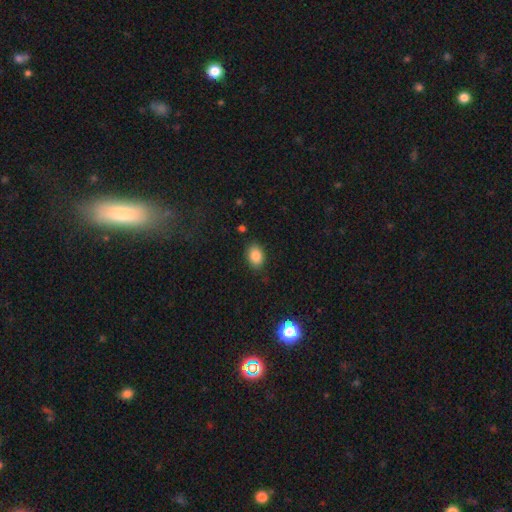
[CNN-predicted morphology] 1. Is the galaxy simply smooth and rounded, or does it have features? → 84% smooth, 10% star or artifact, 7% featured or disk.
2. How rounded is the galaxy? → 80% in between, 19% round, 1% cigar-shaped.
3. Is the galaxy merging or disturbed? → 84% none, 11% minor disturbance, 3% major disturbance, 2% merger.